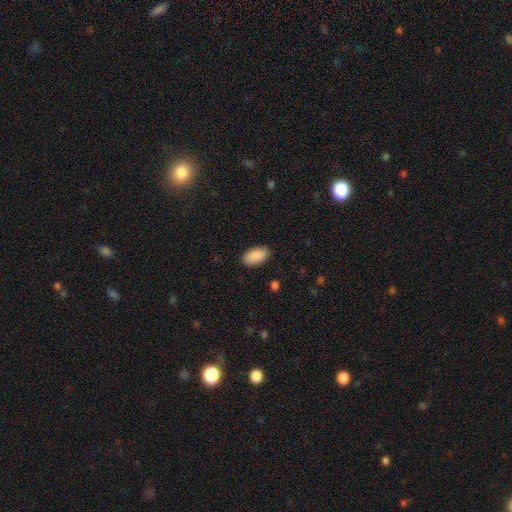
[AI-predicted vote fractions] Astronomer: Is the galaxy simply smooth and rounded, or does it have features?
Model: smooth — 90%.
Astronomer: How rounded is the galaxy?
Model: in between — 95%.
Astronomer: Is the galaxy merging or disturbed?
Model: none — 87%.